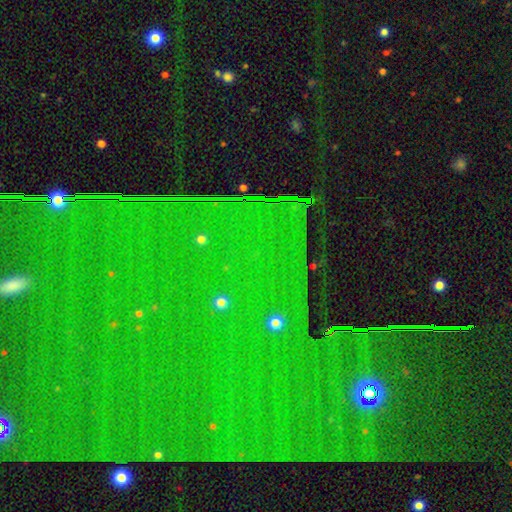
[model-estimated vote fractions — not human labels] Morphology: type=star or artifact (88%).